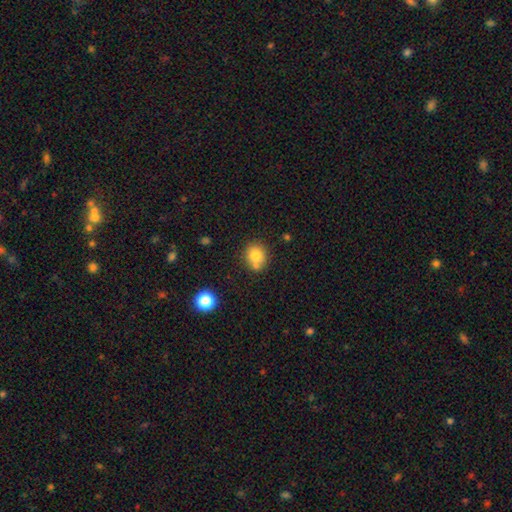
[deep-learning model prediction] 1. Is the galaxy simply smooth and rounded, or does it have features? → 78% smooth, 11% featured or disk, 11% star or artifact.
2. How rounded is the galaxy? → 73% round, 26% in between, 1% cigar-shaped.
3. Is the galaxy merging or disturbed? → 62% none, 18% merger, 16% minor disturbance, 4% major disturbance.